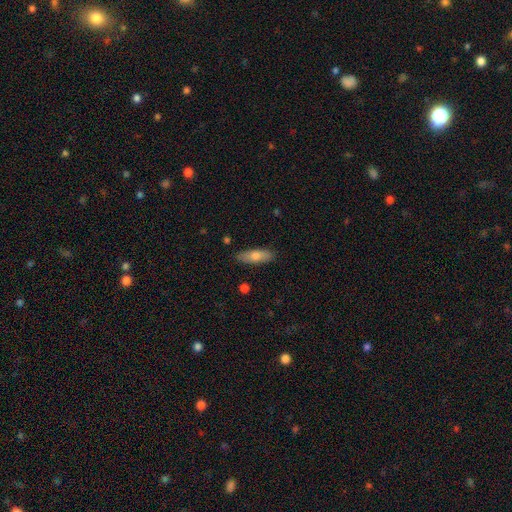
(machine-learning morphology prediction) A smooth galaxy with no disk features (72%) that is in between round and cigar-shaped (56%).

Vote fractions:
- Smooth or featured? smooth: 72% / featured or disk: 22% / star or artifact: 6%
- How rounded? in between: 56% / cigar-shaped: 41% / round: 2%
- Merging? none: 86% / minor disturbance: 10% / major disturbance: 2% / merger: 1%